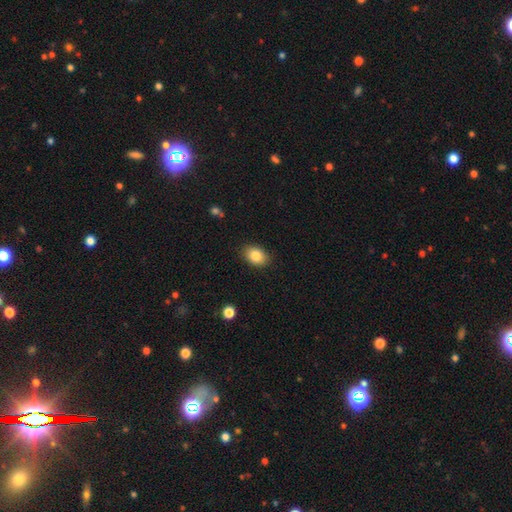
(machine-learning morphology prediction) Q: Smooth or featured?
A: smooth (85%); runner-up: star or artifact (8%)
Q: How rounded?
A: in between (75%); runner-up: round (24%)
Q: Merging?
A: none (86%); runner-up: minor disturbance (10%)